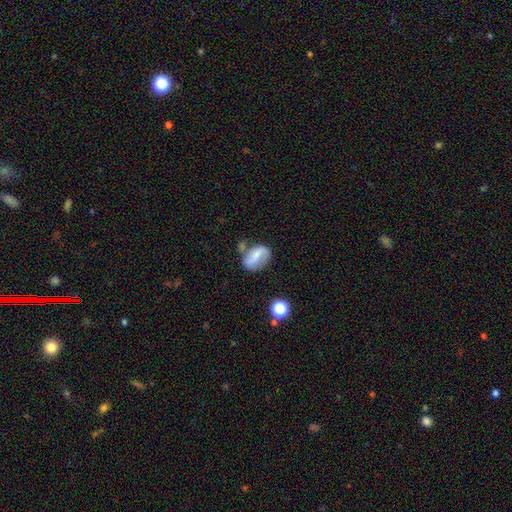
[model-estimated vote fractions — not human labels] Smooth or featured: featured or disk — 48% (smooth — 43%)
Merging: none — 50% (minor disturbance — 24%)